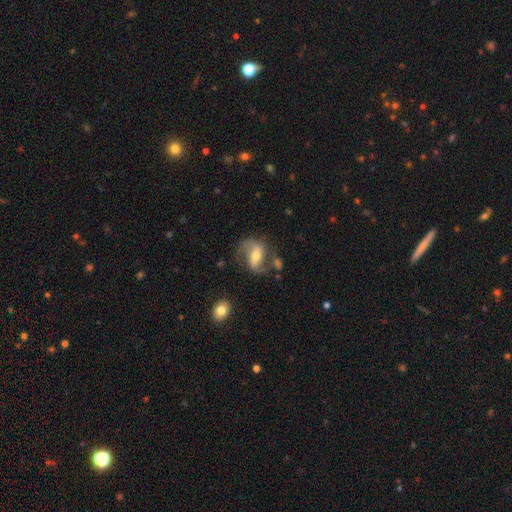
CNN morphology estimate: featured or disk 74%, smooth 19%, star or artifact 7%. Down the decision tree: edge-on disk — no (94%); bar — strong (48%); spiral arms — yes (87%); spiral arm count — 2 (87%); spiral winding — loose (46%); bulge size — moderate (63%); merging — none (60%).